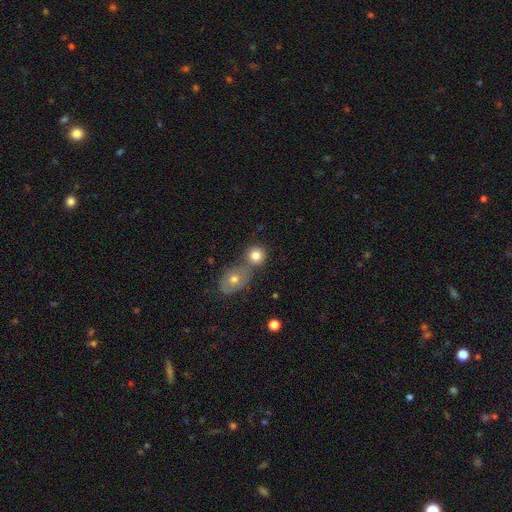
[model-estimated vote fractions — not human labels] Morphology: type=smooth (79%); roundness=round (81%); merging=none (46%).